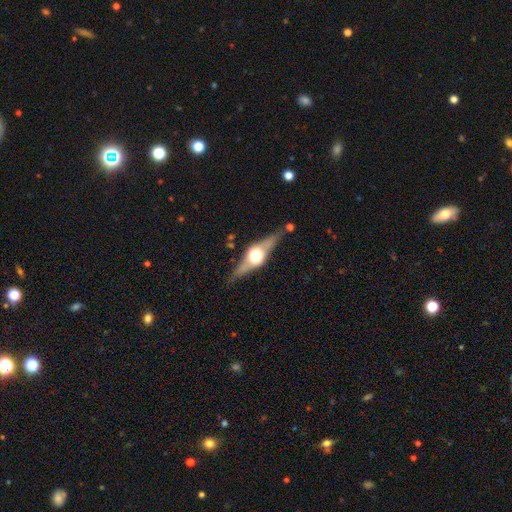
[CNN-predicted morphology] The model was most divided on "smooth or featured": featured or disk: 75%, smooth: 19%, star or artifact: 6%. More confident: edge-on disk — yes (95%); edge-on bulge — rounded (94%); merging — none (78%).